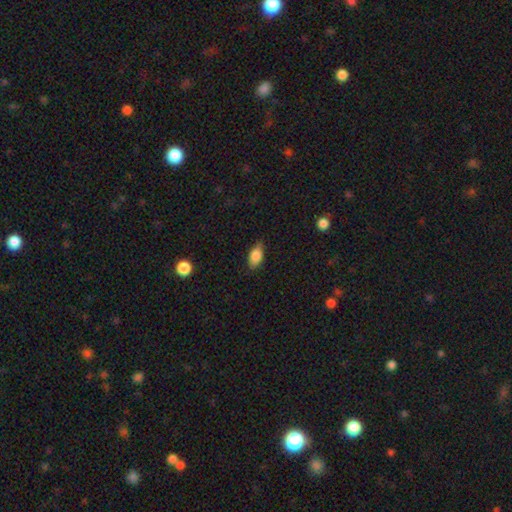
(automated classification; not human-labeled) Q: Smooth or featured?
A: smooth (82%); runner-up: featured or disk (10%)
Q: How rounded?
A: in between (87%); runner-up: round (6%)
Q: Merging?
A: none (77%); runner-up: minor disturbance (19%)